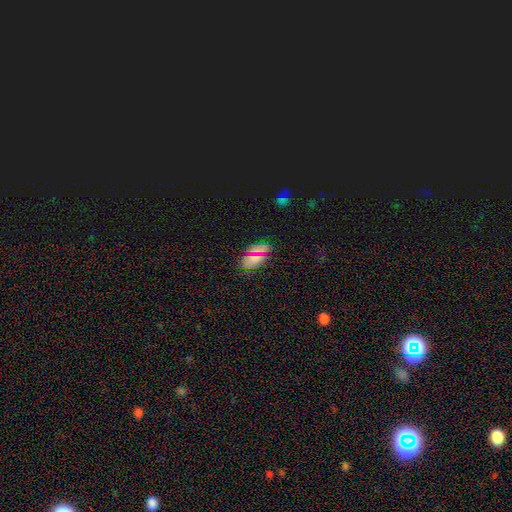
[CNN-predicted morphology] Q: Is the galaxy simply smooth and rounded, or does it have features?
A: smooth — 69%.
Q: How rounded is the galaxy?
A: in between — 90%.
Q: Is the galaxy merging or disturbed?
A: none — 80%.